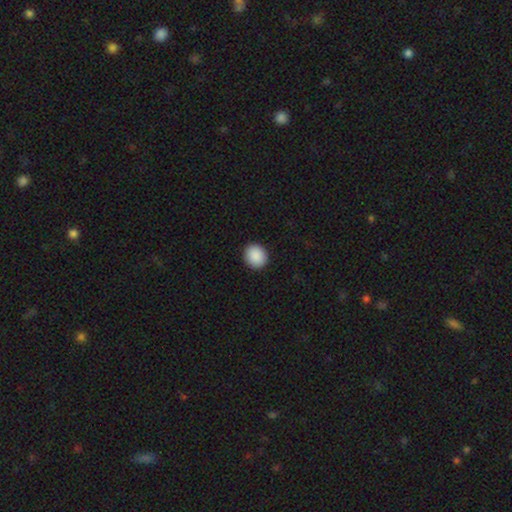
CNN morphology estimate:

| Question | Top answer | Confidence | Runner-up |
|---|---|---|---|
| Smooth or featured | smooth | 90% | star or artifact (7%) |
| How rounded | round | 76% | in between (23%) |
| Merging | none | 92% | minor disturbance (5%) |